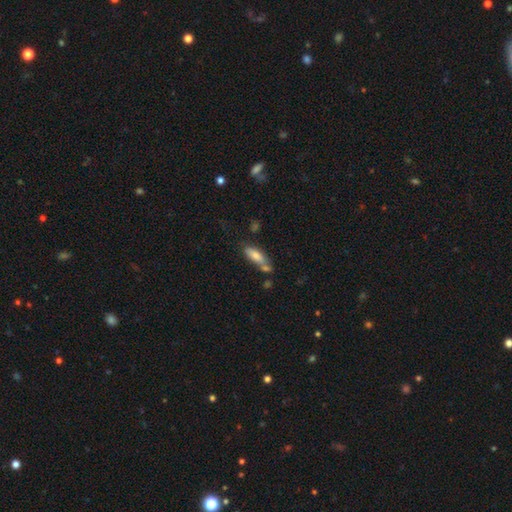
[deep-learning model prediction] This appears to be a smooth galaxy with no disk features (76%) that is in between round and cigar-shaped (62%). Merging: none (48%).